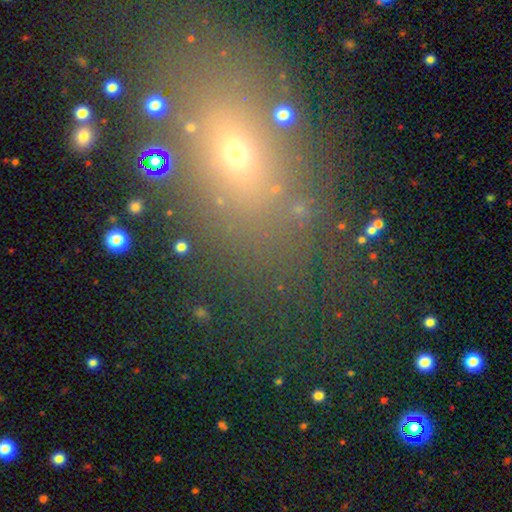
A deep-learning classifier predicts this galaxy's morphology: Smooth or featured: smooth — 45% (star or artifact — 40%)
Merging: none — 70% (minor disturbance — 13%)